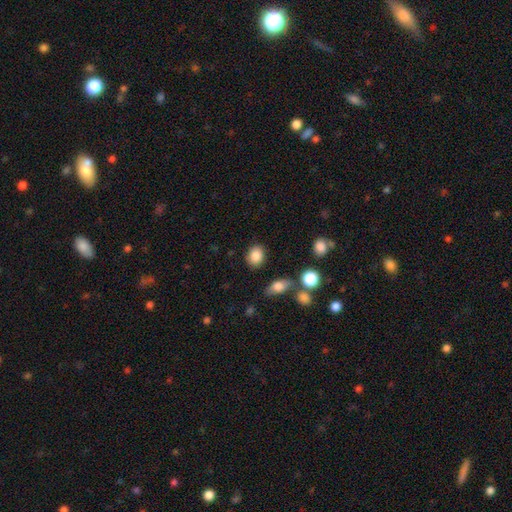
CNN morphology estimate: type=smooth (85%); roundness=in between (58%); merging=none (84%).